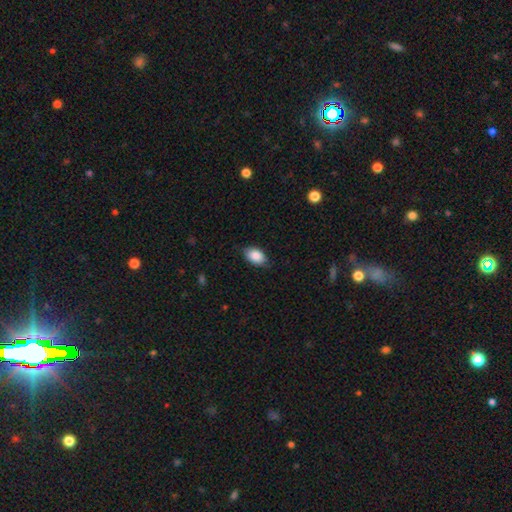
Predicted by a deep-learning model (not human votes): Smooth or featured? smooth (87%)
How rounded? in between (90%)
Merging? none (78%)